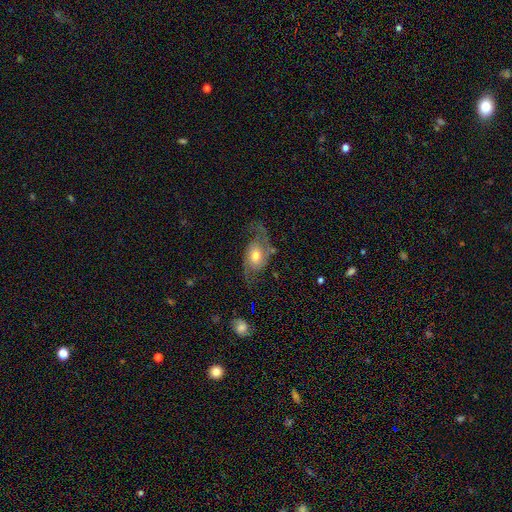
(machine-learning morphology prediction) Q: Smooth or featured?
A: featured or disk (76%); runner-up: smooth (17%)
Q: Edge-on disk?
A: no (95%); runner-up: yes (5%)
Q: Bar?
A: no (65%); runner-up: weak (27%)
Q: Spiral arms?
A: yes (92%); runner-up: no (8%)
Q: Spiral winding?
A: loose (53%); runner-up: medium (36%)
Q: Spiral arm count?
A: 2 (89%); runner-up: can't tell (4%)
Q: Bulge size?
A: moderate (64%); runner-up: small (24%)
Q: Merging?
A: none (61%); runner-up: minor disturbance (19%)